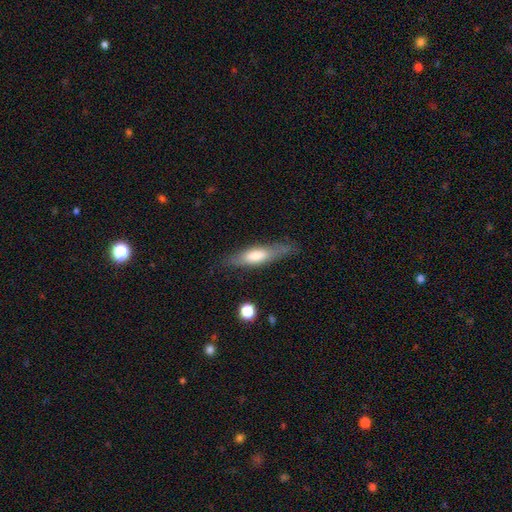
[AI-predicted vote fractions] Q: Smooth or featured?
A: smooth (57%); runner-up: featured or disk (36%)
Q: How rounded?
A: cigar-shaped (68%); runner-up: in between (30%)
Q: Merging?
A: none (78%); runner-up: minor disturbance (16%)